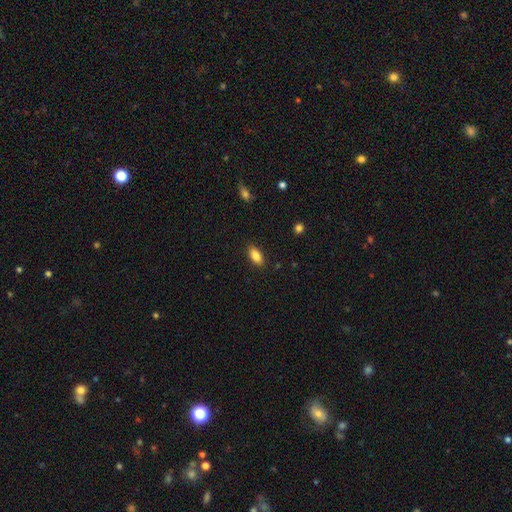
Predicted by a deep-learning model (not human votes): Smooth or featured? smooth (86%)
How rounded? in between (90%)
Merging? none (87%)